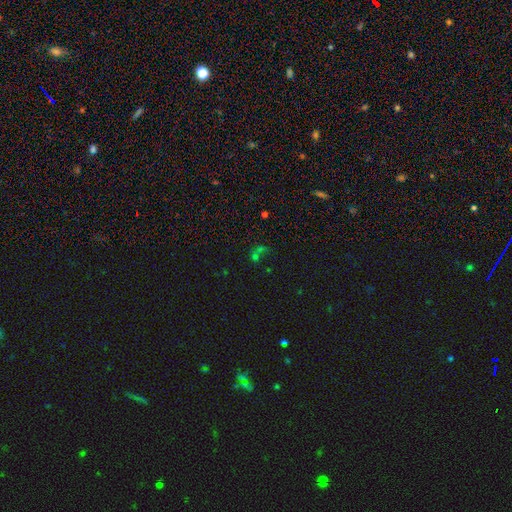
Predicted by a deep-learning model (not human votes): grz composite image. It shows a star or artifact, not a galaxy (49%).